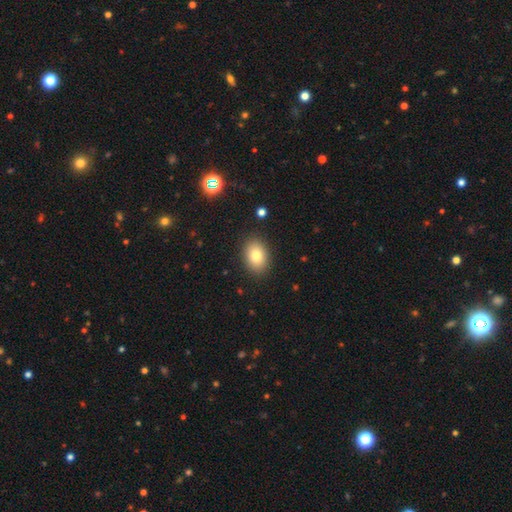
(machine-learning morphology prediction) type=smooth (80%); roundness=in between (73%); merging=none (88%).